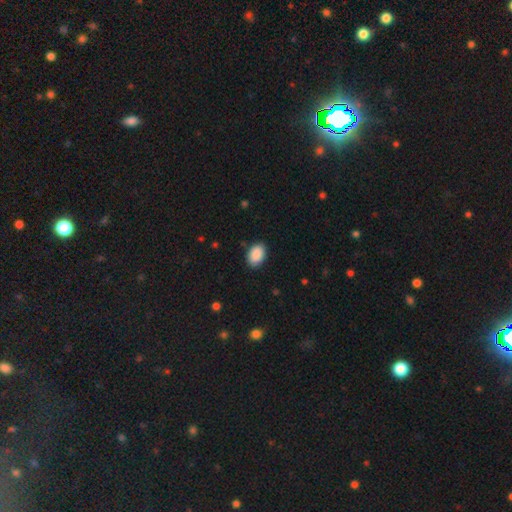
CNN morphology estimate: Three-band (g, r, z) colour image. It shows a smooth galaxy with no disk features (91%) that is in between round and cigar-shaped (86%). Merging: none (88%).